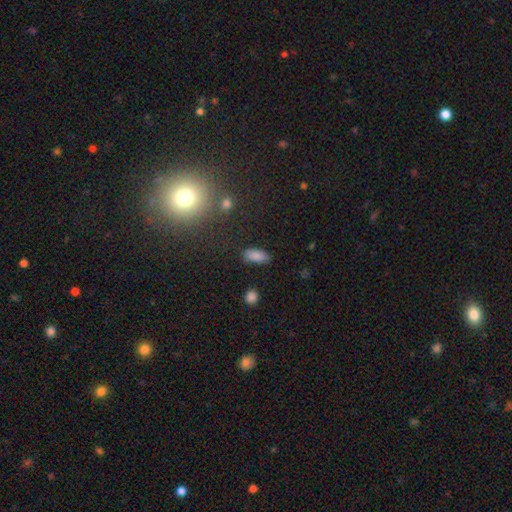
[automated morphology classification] Smooth or featured? Predicted: smooth (p=0.84). How rounded? Predicted: in between (p=0.85). Merging? Predicted: none (p=0.79).